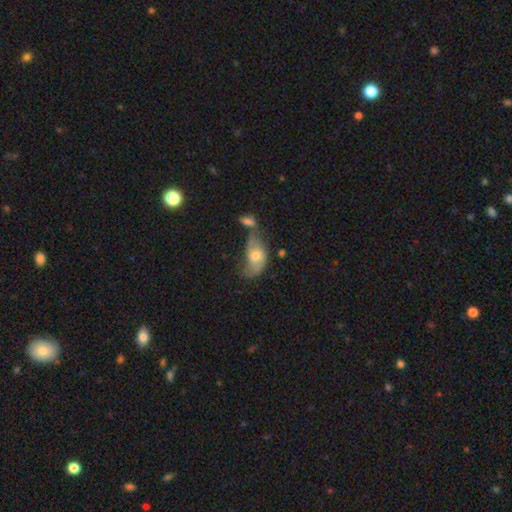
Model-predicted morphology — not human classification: smooth-or-featured: featured or disk: 52% | smooth: 40% | star or artifact: 8%
  disk-edge-on: no: 93% | yes: 7%
  merging: merger: 31% | none: 28% | minor disturbance: 23% | major disturbance: 19%